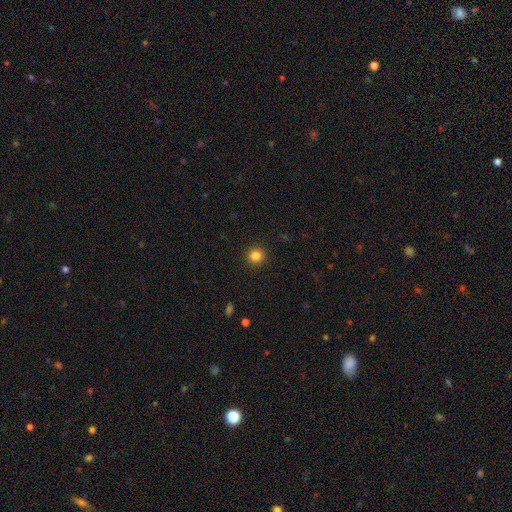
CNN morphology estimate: type=smooth (84%); roundness=round (93%); merging=none (92%).